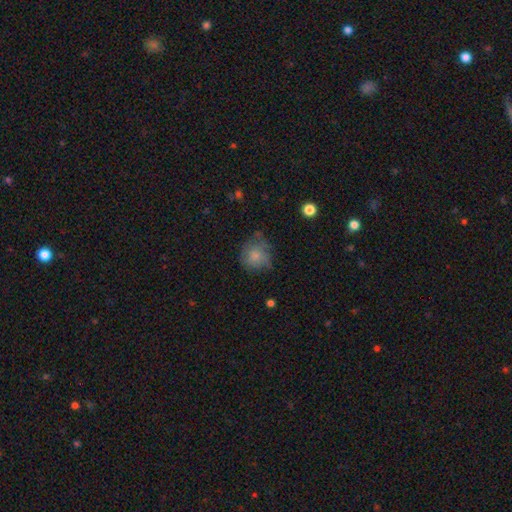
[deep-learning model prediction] Smooth or featured? Predicted: smooth (p=0.76). How rounded? Predicted: round (p=0.83). Merging? Predicted: none (p=0.52).